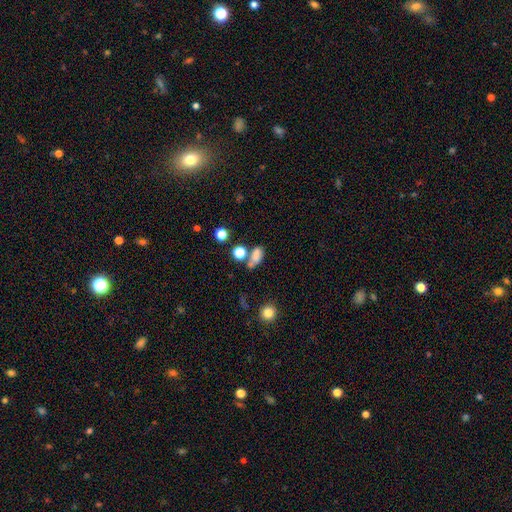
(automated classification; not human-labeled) Smooth or featured?
  - smooth: 75% *
  - star or artifact: 14%
  - featured or disk: 10%
How rounded?
  - in between: 81% *
  - round: 15%
  - cigar-shaped: 5%
Merging?
  - none: 41% *
  - merger: 31%
  - minor disturbance: 17%
  - major disturbance: 11%